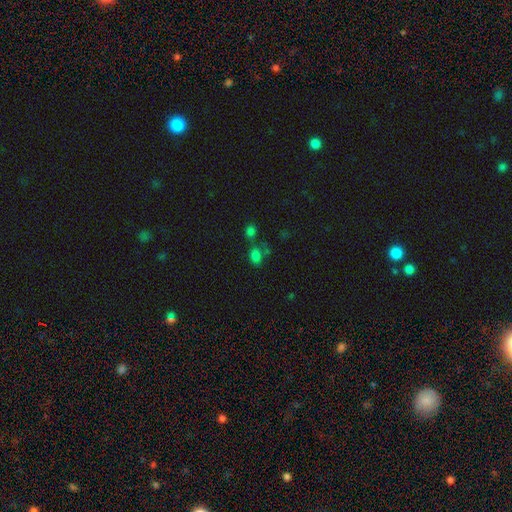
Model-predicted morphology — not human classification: This is likely a smooth galaxy (73%). How rounded: likely in between (67%). Merging: possibly none (48%).